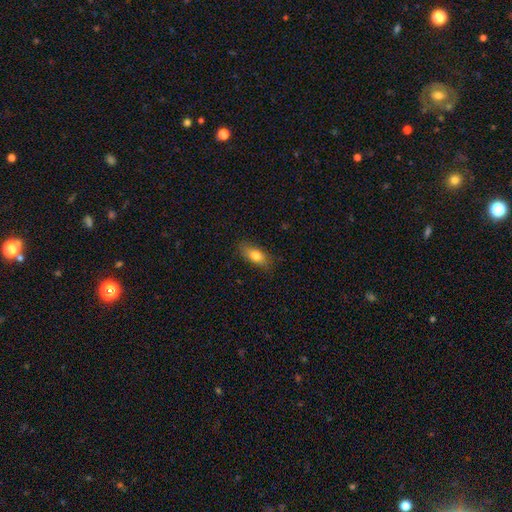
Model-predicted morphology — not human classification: Smooth or featured? Predicted: smooth (p=0.79). How rounded? Predicted: in between (p=0.82). Merging? Predicted: none (p=0.81).